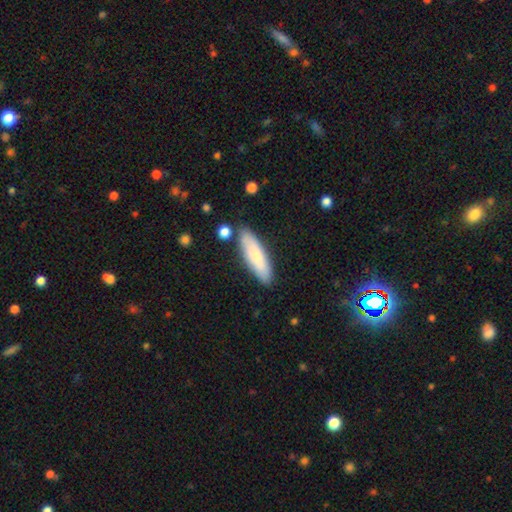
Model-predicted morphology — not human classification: smooth-or-featured: smooth: 76% | featured or disk: 18% | star or artifact: 6%
  how-rounded: cigar-shaped: 57% | in between: 42% | round: 2%
  merging: none: 83% | minor disturbance: 11% | merger: 3% | major disturbance: 2%